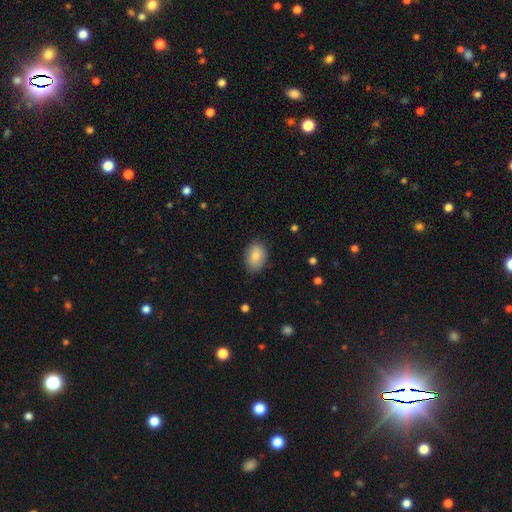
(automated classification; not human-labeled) A smooth galaxy with no disk features (85%) that is in between round and cigar-shaped (82%).

Vote fractions:
- Smooth or featured? smooth: 85% / featured or disk: 8% / star or artifact: 7%
- How rounded? in between: 82% / round: 17% / cigar-shaped: 1%
- Merging? none: 82% / minor disturbance: 14% / major disturbance: 3% / merger: 1%